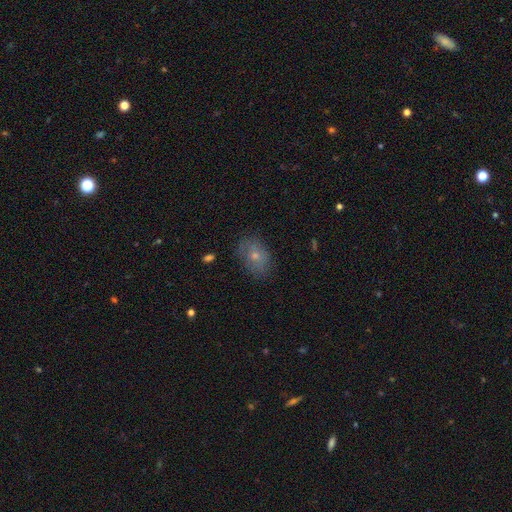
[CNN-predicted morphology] This is likely a smooth galaxy (63%). How rounded: likely in between (76%). Merging: likely none (76%).